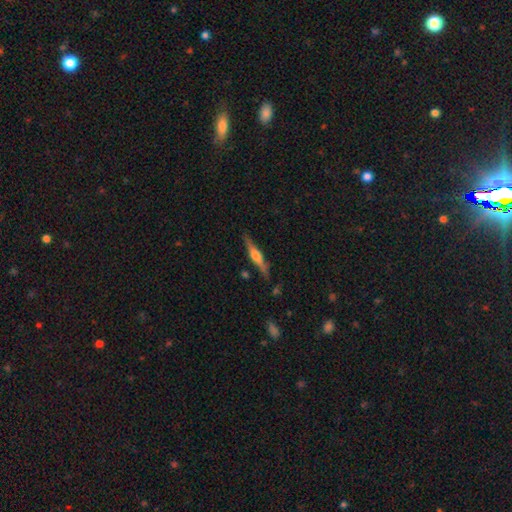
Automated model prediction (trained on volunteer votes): smooth-or-featured: featured or disk: 64% | smooth: 30% | star or artifact: 6%
  disk-edge-on: yes: 96% | no: 4%
    edge-on-bulge: rounded: 83% | boxy: 12% | none: 6%
  merging: none: 82% | minor disturbance: 12% | major disturbance: 3% | merger: 3%